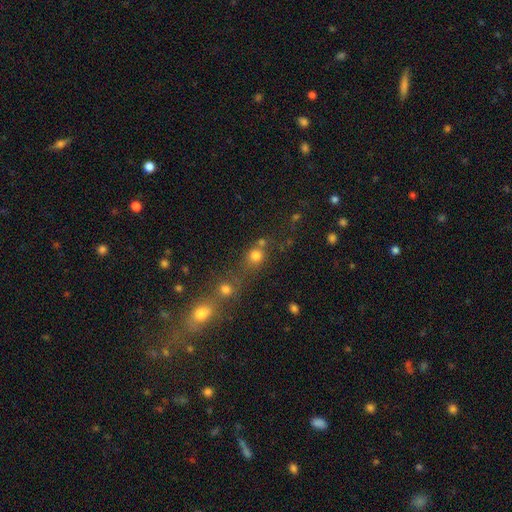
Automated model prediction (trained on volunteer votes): Smooth or featured? Predicted: smooth (p=0.75). How rounded? Predicted: round (p=0.80). Merging? Predicted: none (p=0.50).